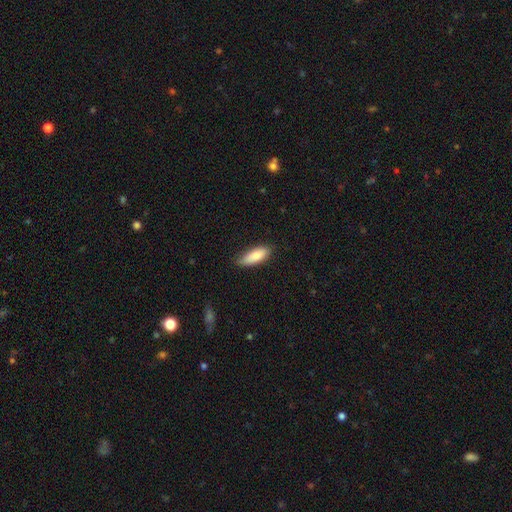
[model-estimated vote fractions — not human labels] This is clearly a smooth galaxy (81%). How rounded: likely in between (67%). Merging: likely none (79%).